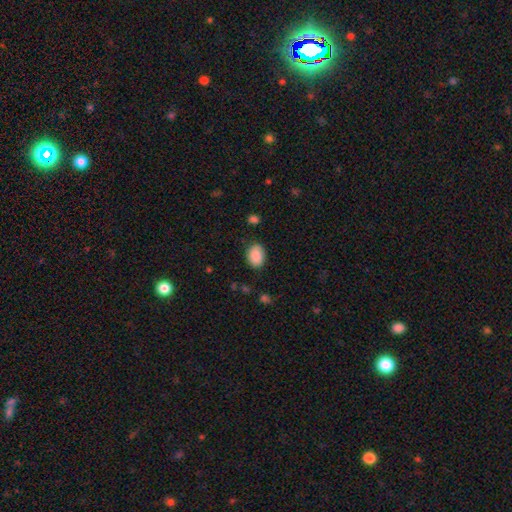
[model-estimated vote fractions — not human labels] smooth 89%, star or artifact 7%, featured or disk 3%. Down the decision tree: how rounded — in between (78%); merging — none (82%).